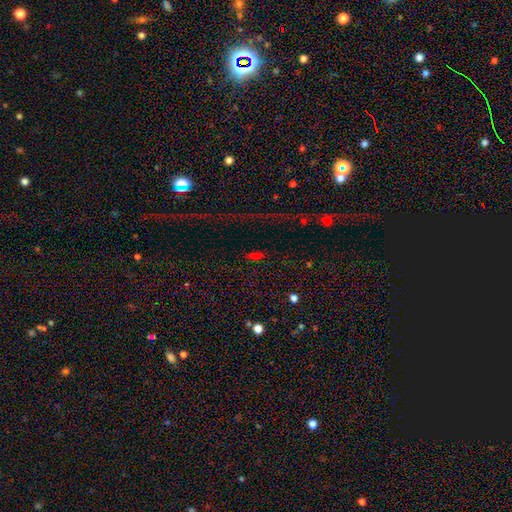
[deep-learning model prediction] Smooth or featured? star or artifact (49%)